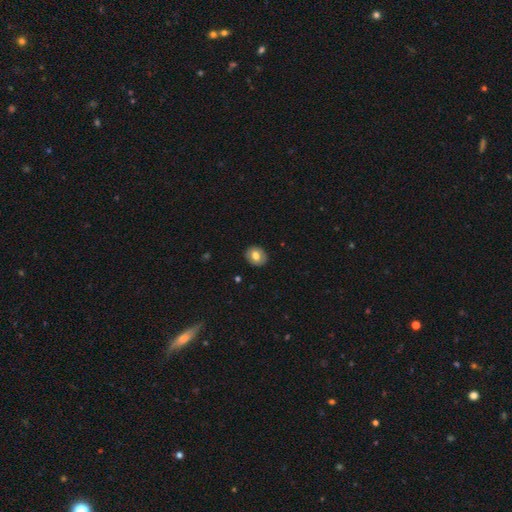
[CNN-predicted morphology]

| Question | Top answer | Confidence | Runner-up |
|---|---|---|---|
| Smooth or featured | smooth | 71% | featured or disk (22%) |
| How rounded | round | 59% | in between (40%) |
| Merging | none | 88% | minor disturbance (9%) |